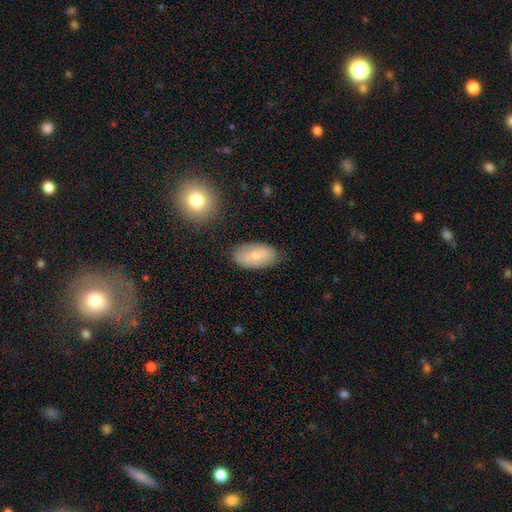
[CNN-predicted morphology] type=smooth (71%); roundness=in between (94%); merging=none (82%).